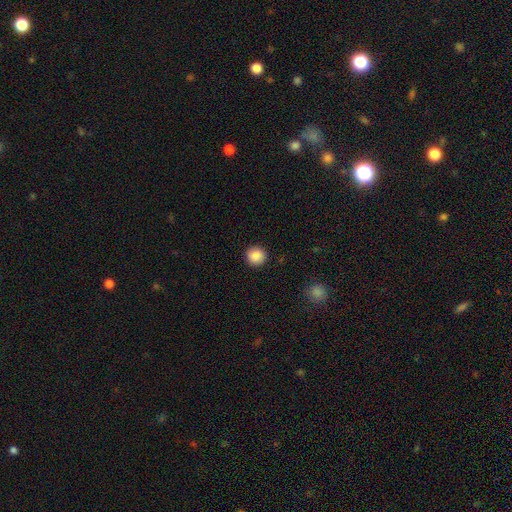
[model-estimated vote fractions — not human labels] smooth_or_featured: smooth (p=0.88) [alt: star or artifact p=0.09]
how_rounded: round (p=0.94) [alt: in between p=0.05]
merging: none (p=0.92) [alt: minor disturbance p=0.05]